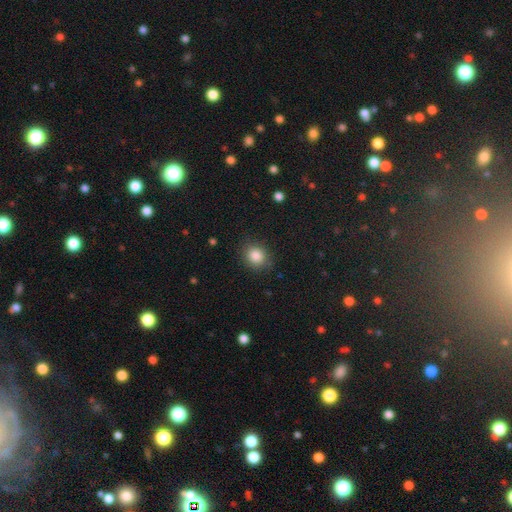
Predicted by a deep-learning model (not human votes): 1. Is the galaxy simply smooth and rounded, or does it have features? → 85% smooth, 10% star or artifact, 5% featured or disk.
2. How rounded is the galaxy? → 76% round, 24% in between, 1% cigar-shaped.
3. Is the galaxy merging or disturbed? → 85% none, 11% minor disturbance, 3% major disturbance, 1% merger.